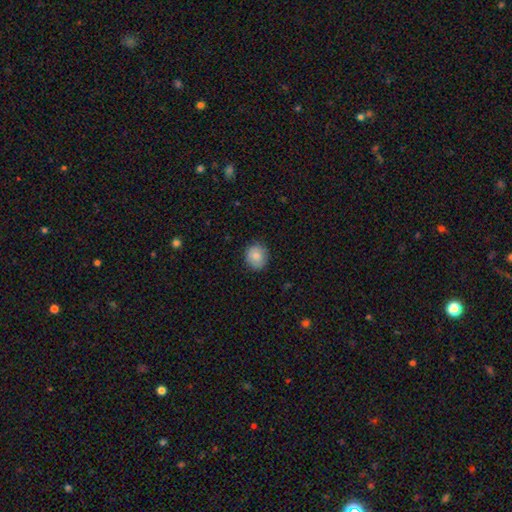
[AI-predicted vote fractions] Smooth or featured: smooth — 85% (star or artifact — 8%)
How rounded: round — 74% (in between — 25%)
Merging: none — 84% (minor disturbance — 12%)